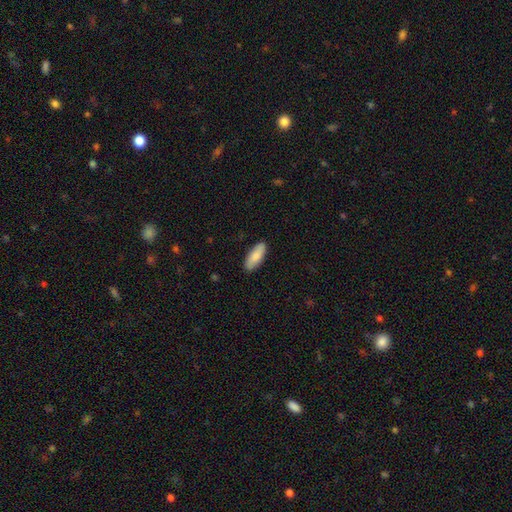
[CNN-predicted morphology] smooth 83%, featured or disk 12%, star or artifact 5%. Down the decision tree: how rounded — in between (74%); merging — none (89%).